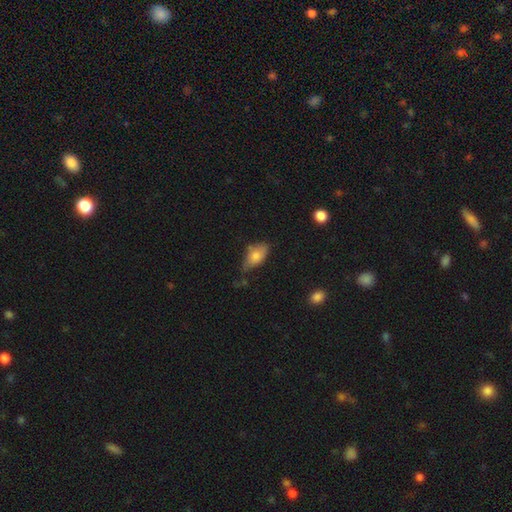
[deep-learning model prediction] A smooth galaxy with no disk features (74%) that is in between round and cigar-shaped (89%).

Vote fractions:
- Smooth or featured? smooth: 74% / featured or disk: 18% / star or artifact: 8%
- How rounded? in between: 89% / cigar-shaped: 6% / round: 5%
- Merging? none: 48% / minor disturbance: 37% / major disturbance: 10% / merger: 5%